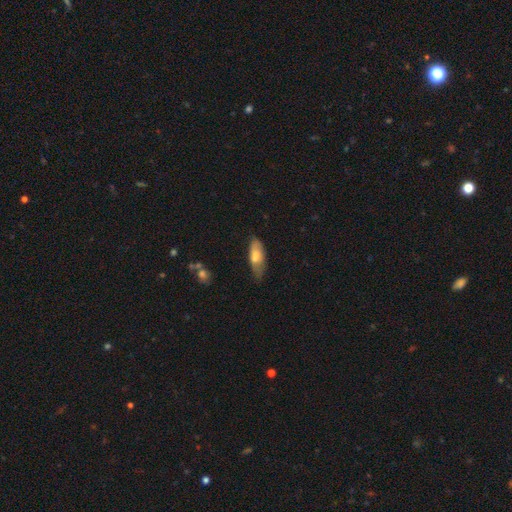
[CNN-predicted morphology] smooth-or-featured: smooth: 67% | featured or disk: 26% | star or artifact: 6%
  how-rounded: in between: 67% | cigar-shaped: 31% | round: 2%
  merging: none: 55% | minor disturbance: 31% | major disturbance: 8% | merger: 5%